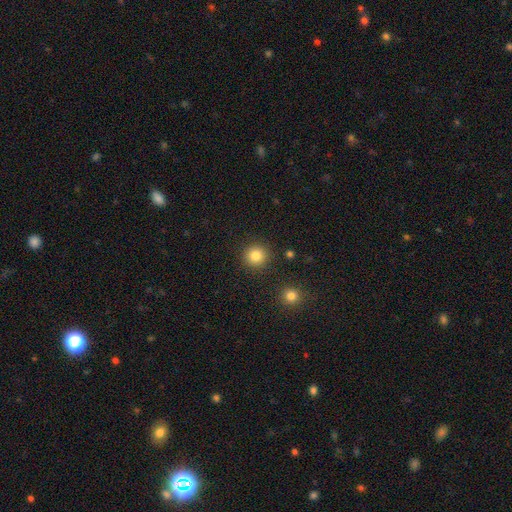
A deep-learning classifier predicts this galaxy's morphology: Smooth or featured?
  - smooth: 84% *
  - star or artifact: 11%
  - featured or disk: 5%
How rounded?
  - round: 94% *
  - in between: 5%
  - cigar-shaped: 1%
Merging?
  - none: 90% *
  - minor disturbance: 6%
  - major disturbance: 2%
  - merger: 2%